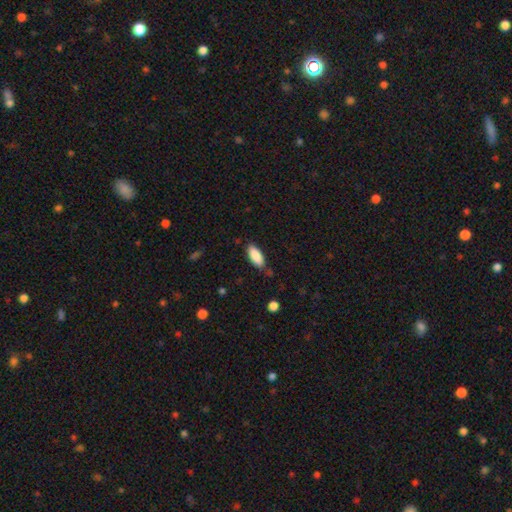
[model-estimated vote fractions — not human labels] This appears to be a smooth galaxy with no disk features (88%) that is in between round and cigar-shaped (80%). Merging: none (78%).